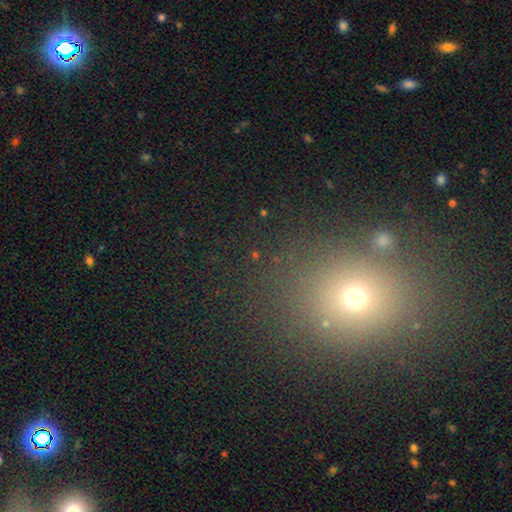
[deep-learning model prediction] The model was most divided on "smooth or featured": star or artifact: 53%, smooth: 35%, featured or disk: 12%.